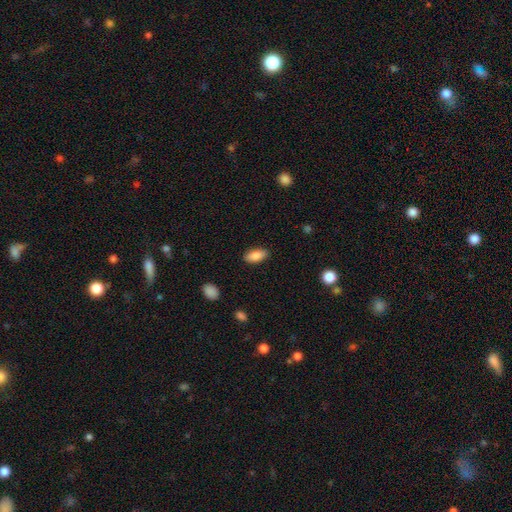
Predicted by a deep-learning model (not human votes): Morphology: type=smooth (88%); roundness=in between (90%); merging=none (88%).